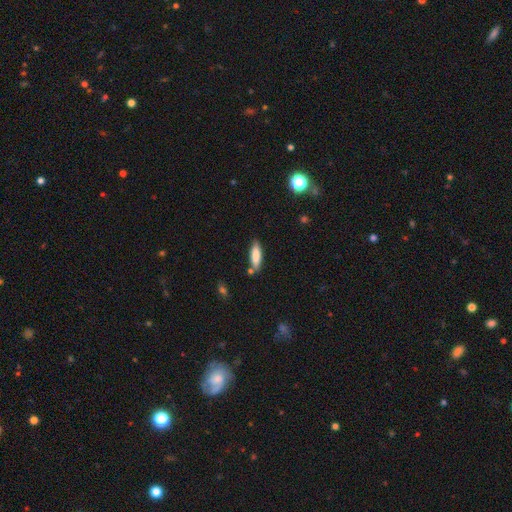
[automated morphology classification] This is clearly a smooth galaxy (82%). How rounded: possibly cigar-shaped (60%). Merging: likely none (79%).